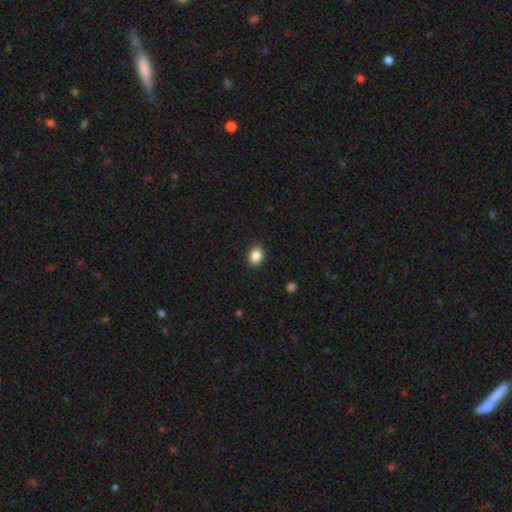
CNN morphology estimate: type=smooth (87%); roundness=in between (64%); merging=none (87%).